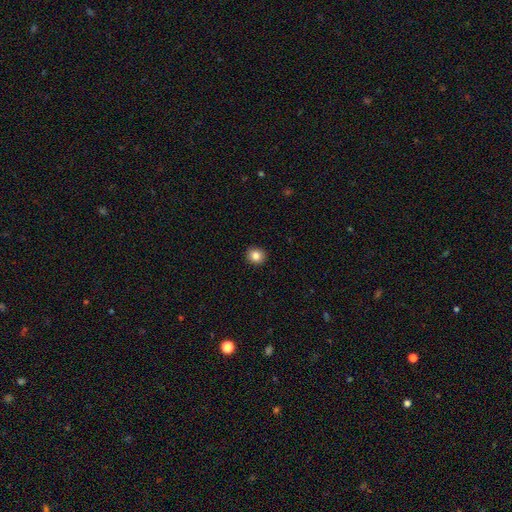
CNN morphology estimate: The model was most divided on "how rounded": round: 83%, in between: 16%, cigar-shaped: 1%. More confident: merging — none (93%); smooth or featured — smooth (85%).